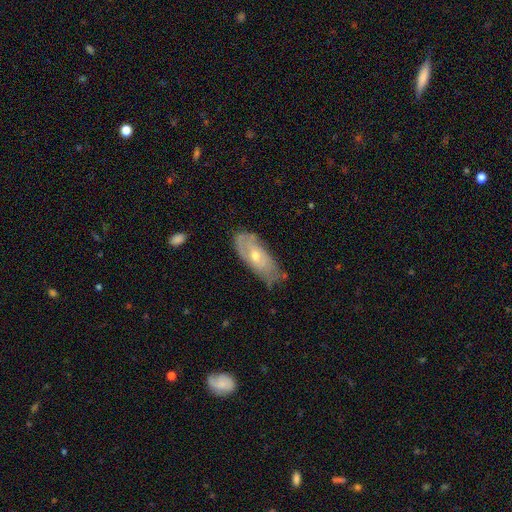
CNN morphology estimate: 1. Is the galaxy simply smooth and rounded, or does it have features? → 61% featured or disk, 33% smooth, 6% star or artifact.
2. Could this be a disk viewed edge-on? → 83% no, 17% yes.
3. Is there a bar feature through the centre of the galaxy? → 71% no, 24% weak, 5% strong.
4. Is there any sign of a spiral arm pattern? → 67% yes, 33% no.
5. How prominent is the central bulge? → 52% moderate, 45% small, 2% large, 1% none, 1% dominant.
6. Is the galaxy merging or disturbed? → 58% none, 32% minor disturbance, 8% major disturbance, 2% merger.